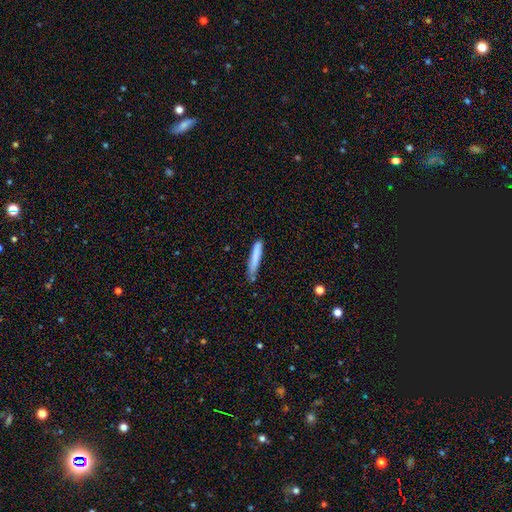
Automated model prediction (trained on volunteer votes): Q: Smooth or featured?
A: smooth (81%); runner-up: featured or disk (13%)
Q: How rounded?
A: cigar-shaped (93%); runner-up: in between (6%)
Q: Merging?
A: none (76%); runner-up: minor disturbance (18%)